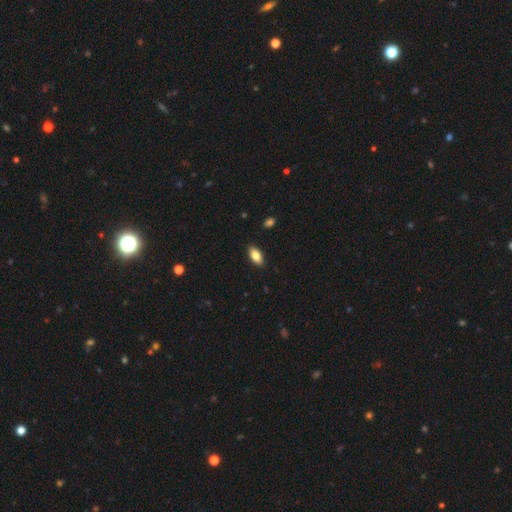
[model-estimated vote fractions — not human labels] Overall: smooth (82%). How rounded: in between (88%). Merging: none (89%).